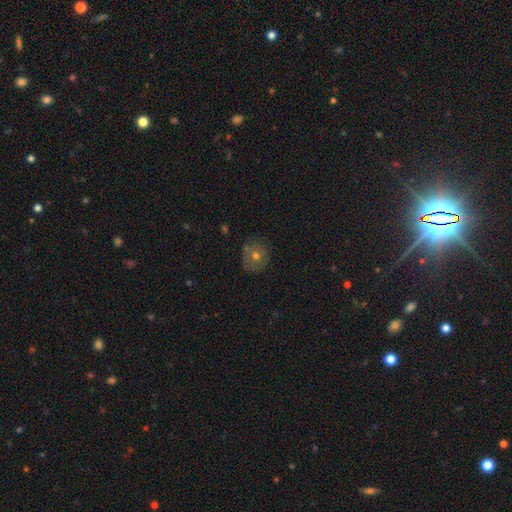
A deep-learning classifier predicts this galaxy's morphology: A smooth galaxy with no disk features (53%) that is round (83%).

Vote fractions:
- Smooth or featured? smooth: 53% / featured or disk: 31% / star or artifact: 16%
- How rounded? round: 83% / in between: 16% / cigar-shaped: 1%
- Merging? none: 78% / minor disturbance: 16% / major disturbance: 5% / merger: 2%